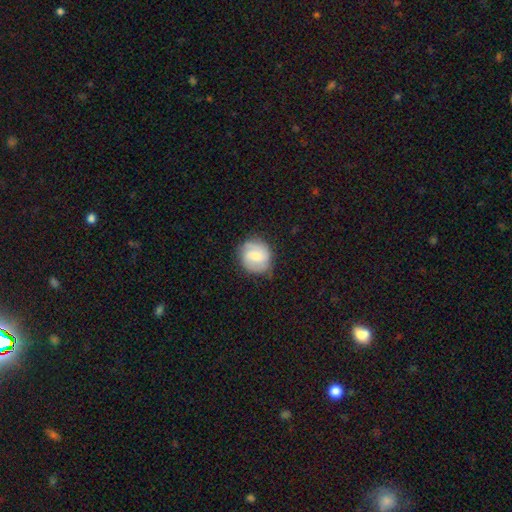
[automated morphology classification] smooth_or_featured: featured or disk (p=0.50) [alt: smooth p=0.44]
merging: none (p=0.72) [alt: minor disturbance p=0.22]